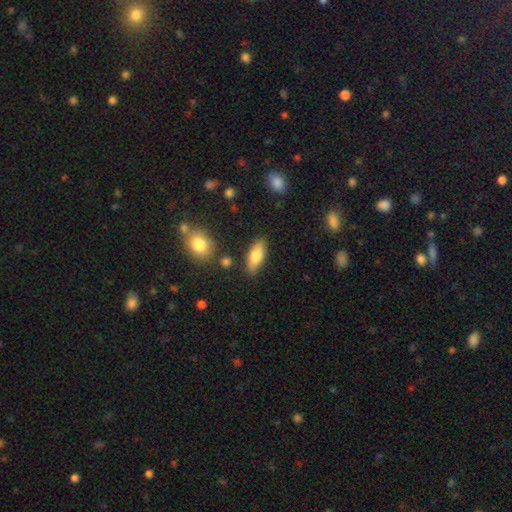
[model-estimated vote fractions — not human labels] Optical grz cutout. It shows a smooth galaxy with no disk features (75%) that is in between round and cigar-shaped (76%). Merging: none (82%).